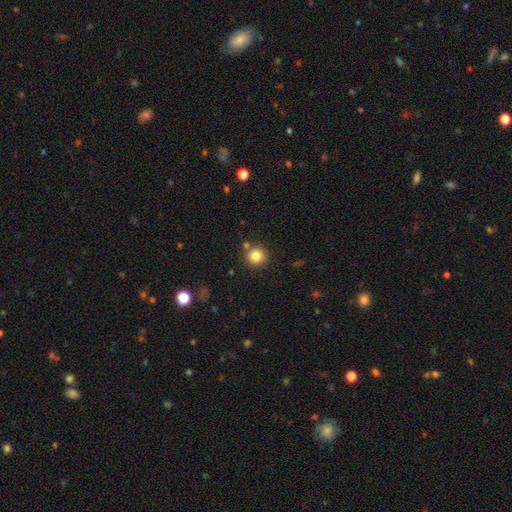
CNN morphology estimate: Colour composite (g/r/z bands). It shows a smooth galaxy with no disk features (82%) that is round (93%). Merging: none (79%).